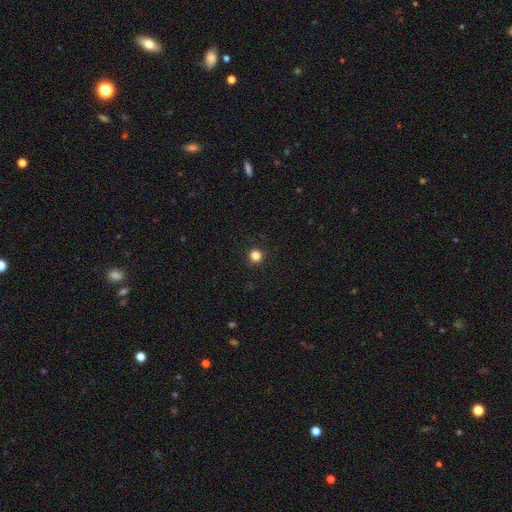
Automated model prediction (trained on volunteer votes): Smooth or featured?
  - smooth: 84% *
  - star or artifact: 13%
  - featured or disk: 4%
How rounded?
  - round: 95% *
  - in between: 4%
  - cigar-shaped: 1%
Merging?
  - none: 92% *
  - minor disturbance: 5%
  - major disturbance: 2%
  - merger: 1%